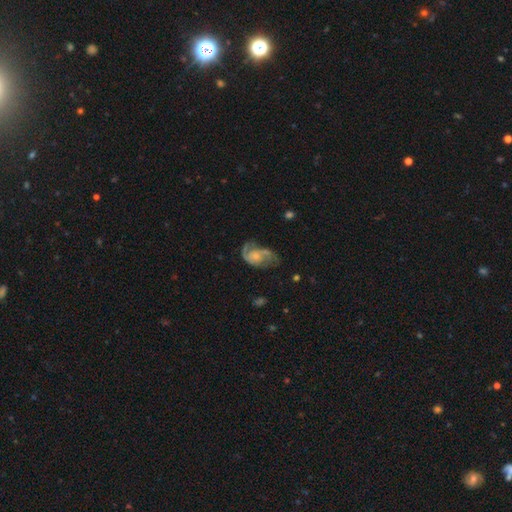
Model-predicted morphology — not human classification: Smooth or featured? Predicted: featured or disk (p=0.77). Edge-on disk? Predicted: no (p=0.98). Bar? Predicted: no (p=0.69). Spiral arms? Predicted: yes (p=0.90). Spiral winding? Predicted: medium (p=0.46). Spiral arm count? Predicted: 2 (p=0.73). Bulge size? Predicted: small (p=0.56). Merging? Predicted: none (p=0.43).